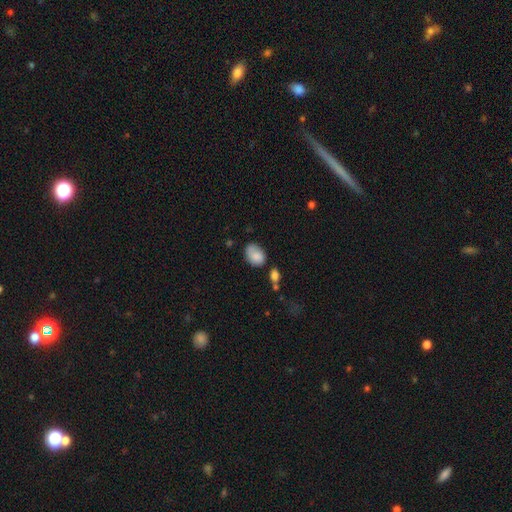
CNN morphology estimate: Q: Smooth or featured?
A: smooth (81%); runner-up: featured or disk (11%)
Q: How rounded?
A: in between (77%); runner-up: round (22%)
Q: Merging?
A: none (53%); runner-up: minor disturbance (31%)